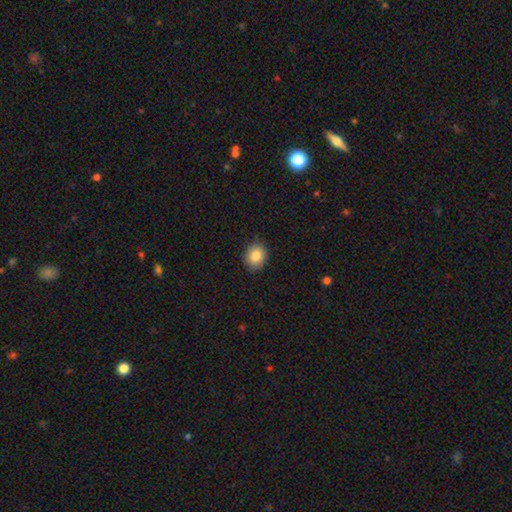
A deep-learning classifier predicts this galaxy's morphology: A smooth galaxy with no disk features (85%) that is round (61%). Merging: none (87%).